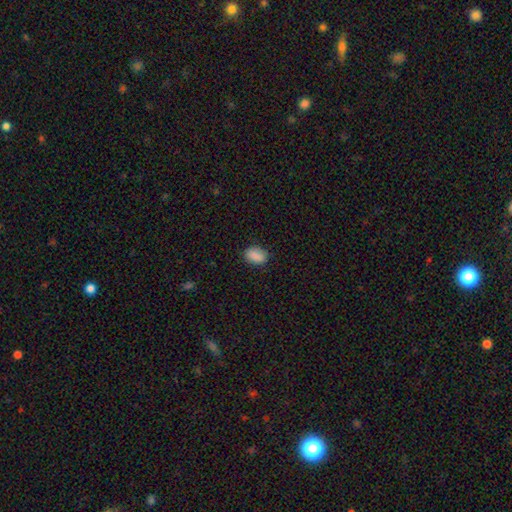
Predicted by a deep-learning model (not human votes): The model was most divided on "how rounded": in between: 85%, round: 14%, cigar-shaped: 2%. More confident: smooth or featured — smooth (89%); merging — none (84%).